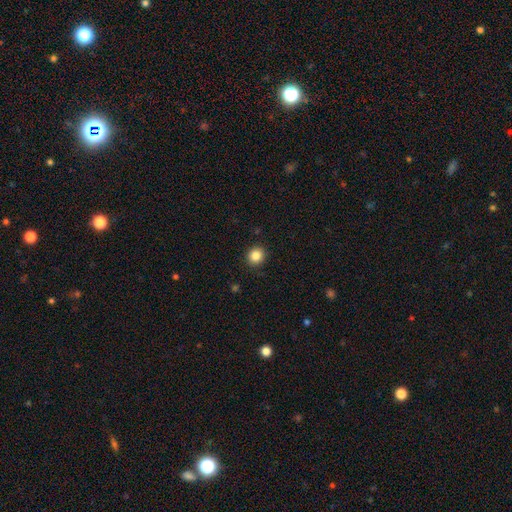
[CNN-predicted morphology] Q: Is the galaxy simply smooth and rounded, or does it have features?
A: smooth — 85%.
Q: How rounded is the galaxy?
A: round — 87%.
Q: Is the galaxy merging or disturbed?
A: none — 91%.